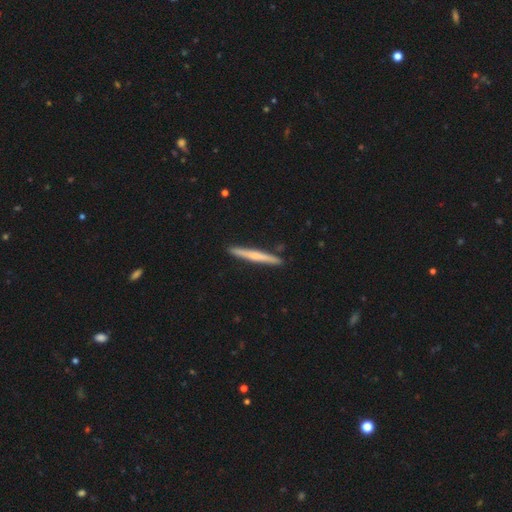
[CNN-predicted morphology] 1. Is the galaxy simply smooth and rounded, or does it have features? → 50% smooth, 44% featured or disk, 5% star or artifact.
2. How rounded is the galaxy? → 97% cigar-shaped, 2% in between, 1% round.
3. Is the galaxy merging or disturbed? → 91% none, 7% minor disturbance, 1% merger, 1% major disturbance.